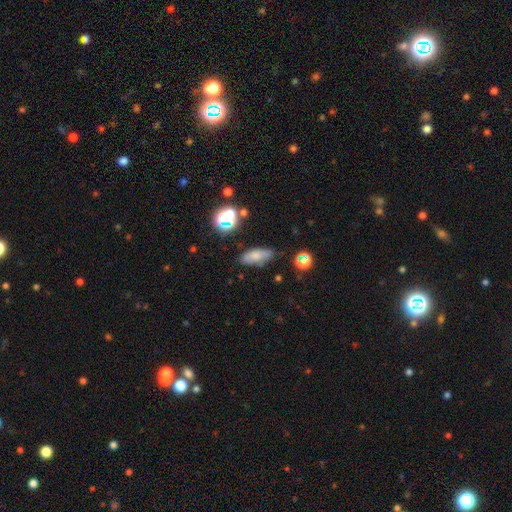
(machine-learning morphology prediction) This is likely a smooth galaxy (70%). How rounded: likely in between (73%). Merging: likely none (69%).